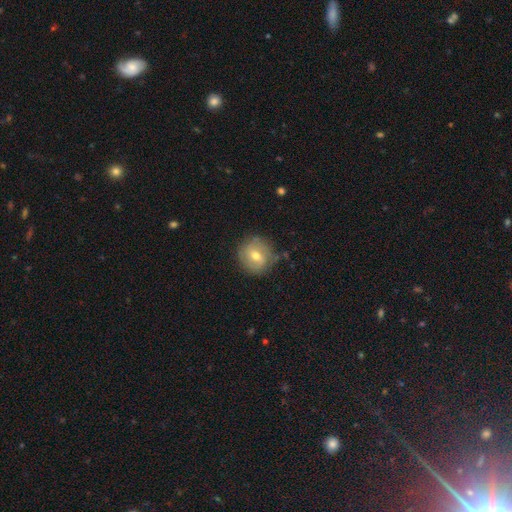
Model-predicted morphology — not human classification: Overall: smooth (54%; featured or disk 38%). How rounded: round (88%). Merging: none (76%).